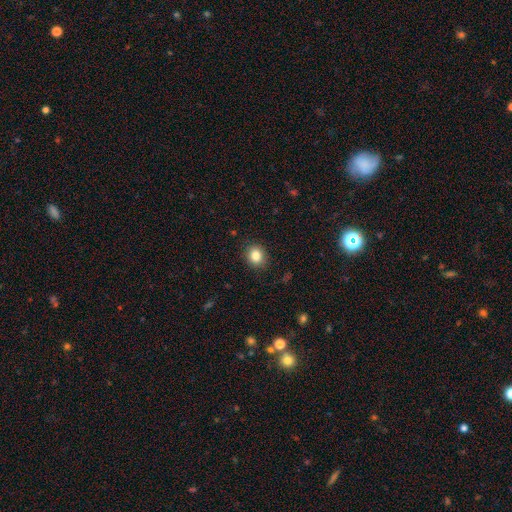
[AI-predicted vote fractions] Q: Smooth or featured?
A: smooth (84%); runner-up: star or artifact (10%)
Q: How rounded?
A: round (72%); runner-up: in between (27%)
Q: Merging?
A: none (89%); runner-up: minor disturbance (8%)